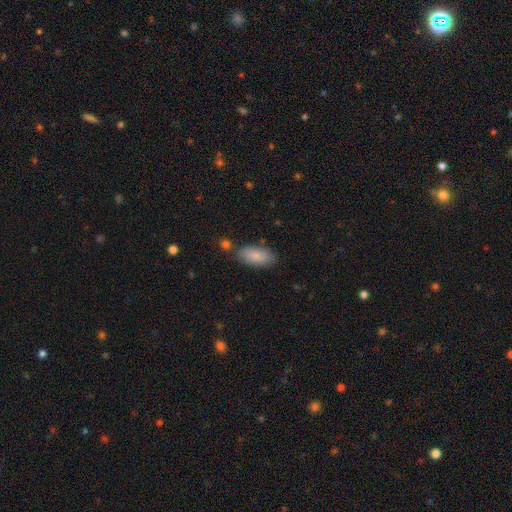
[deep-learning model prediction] This is clearly a smooth galaxy (84%). How rounded: clearly in between (90%). Merging: likely none (76%).